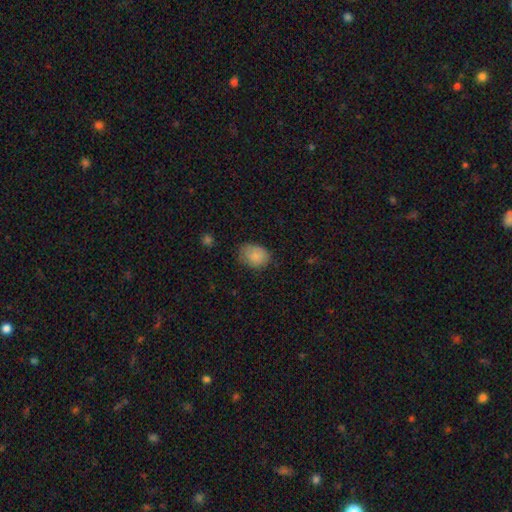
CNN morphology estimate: Smooth or featured?
  - smooth: 84% *
  - star or artifact: 8%
  - featured or disk: 7%
How rounded?
  - in between: 67% *
  - round: 32%
  - cigar-shaped: 1%
Merging?
  - none: 68% *
  - minor disturbance: 26%
  - major disturbance: 6%
  - merger: 1%